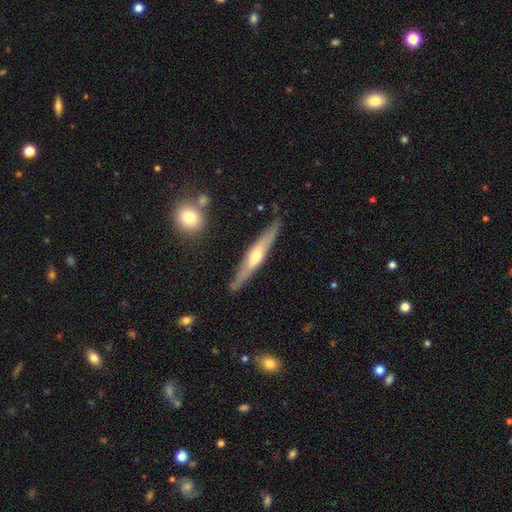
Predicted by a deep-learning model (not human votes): Smooth or featured? Predicted: featured or disk (p=0.64). Edge-on disk? Predicted: yes (p=0.89). Edge-on bulge? Predicted: rounded (p=0.81). Merging? Predicted: none (p=0.84).